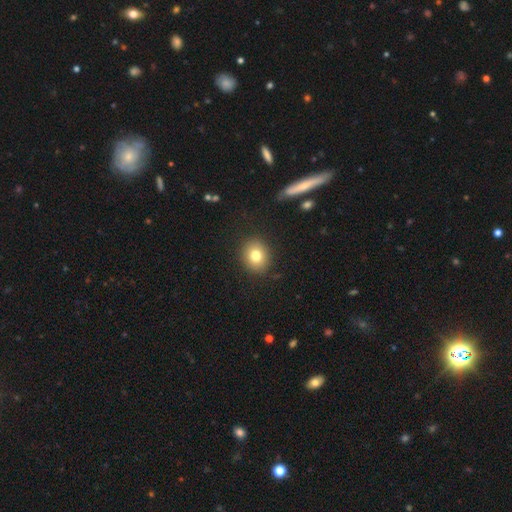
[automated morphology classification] Q: Smooth or featured?
A: smooth (79%); runner-up: star or artifact (11%)
Q: How rounded?
A: round (70%); runner-up: in between (29%)
Q: Merging?
A: none (88%); runner-up: minor disturbance (8%)